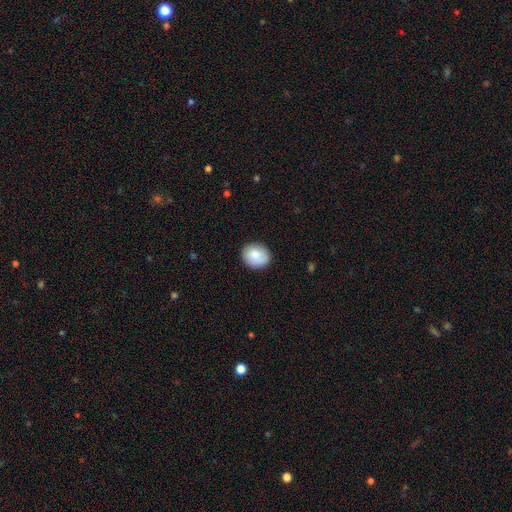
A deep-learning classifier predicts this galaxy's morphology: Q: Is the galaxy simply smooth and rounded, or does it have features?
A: smooth — 84%.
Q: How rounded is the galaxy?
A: round — 67%.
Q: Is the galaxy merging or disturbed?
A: none — 86%.